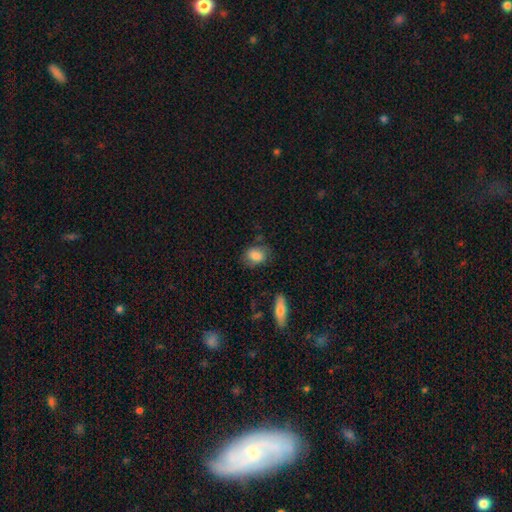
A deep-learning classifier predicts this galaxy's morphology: Q: Smooth or featured?
A: smooth (82%); runner-up: featured or disk (10%)
Q: How rounded?
A: in between (69%); runner-up: round (29%)
Q: Merging?
A: none (69%); runner-up: minor disturbance (21%)